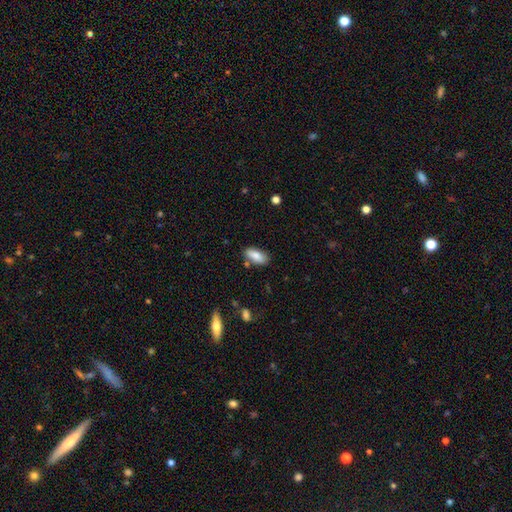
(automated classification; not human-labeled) This appears to be a smooth galaxy with no disk features (84%) that is in between round and cigar-shaped (86%). Merging: none (79%).